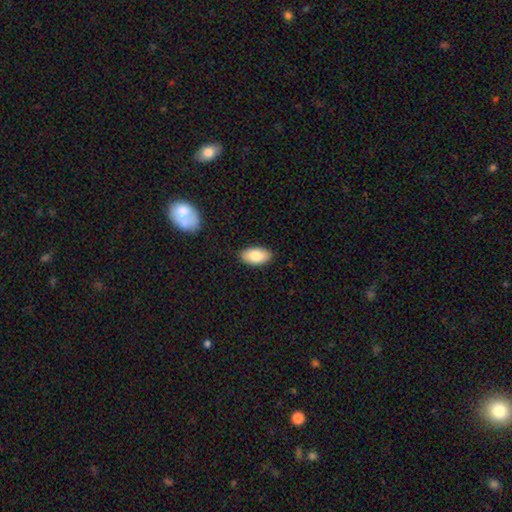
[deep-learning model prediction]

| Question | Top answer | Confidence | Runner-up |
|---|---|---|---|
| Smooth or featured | smooth | 84% | featured or disk (10%) |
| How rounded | in between | 95% | round (3%) |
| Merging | none | 88% | minor disturbance (9%) |